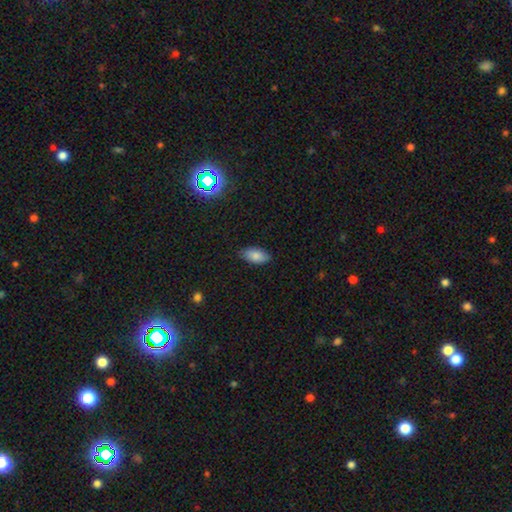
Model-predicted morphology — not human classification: Overall: smooth (83%). How rounded: in between (93%). Merging: none (82%).